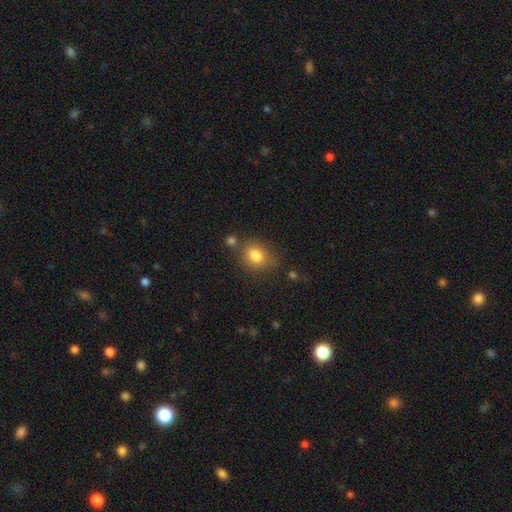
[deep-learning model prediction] A smooth galaxy with no disk features (81%) that is in between round and cigar-shaped (55%).

Vote fractions:
- Smooth or featured? smooth: 81% / star or artifact: 10% / featured or disk: 8%
- How rounded? in between: 55% / round: 44% / cigar-shaped: 1%
- Merging? none: 62% / minor disturbance: 19% / merger: 13% / major disturbance: 6%